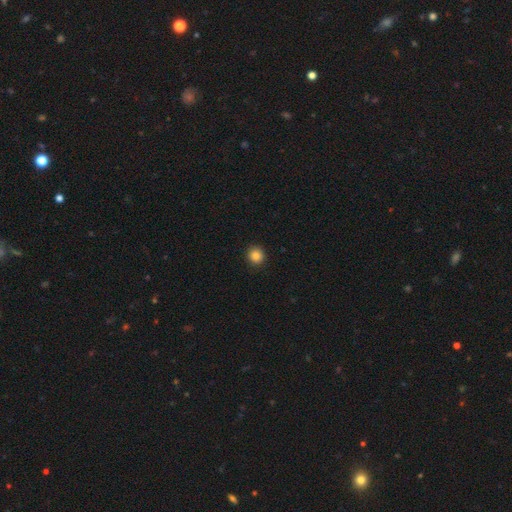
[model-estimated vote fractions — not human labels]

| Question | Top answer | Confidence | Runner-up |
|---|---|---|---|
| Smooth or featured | smooth | 85% | star or artifact (11%) |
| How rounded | round | 91% | in between (8%) |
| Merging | none | 93% | minor disturbance (5%) |